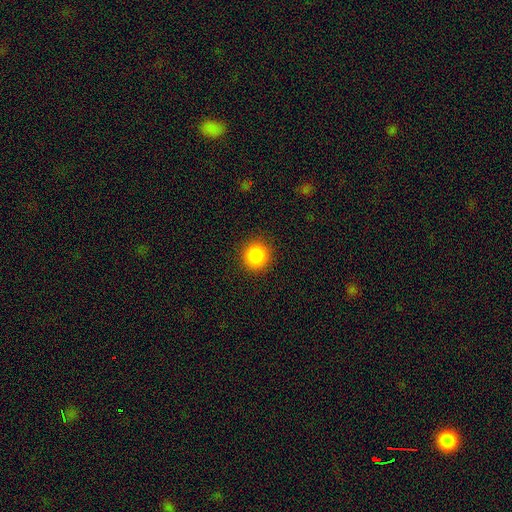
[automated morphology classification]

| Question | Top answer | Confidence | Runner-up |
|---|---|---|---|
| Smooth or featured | smooth | 86% | star or artifact (10%) |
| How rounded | round | 92% | in between (7%) |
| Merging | none | 91% | minor disturbance (6%) |